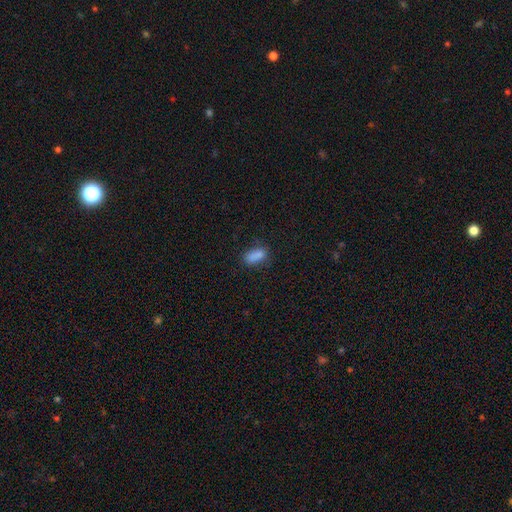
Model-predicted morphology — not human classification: Q: Smooth or featured?
A: smooth (85%); runner-up: star or artifact (10%)
Q: How rounded?
A: in between (83%); runner-up: cigar-shaped (13%)
Q: Merging?
A: none (72%); runner-up: minor disturbance (20%)